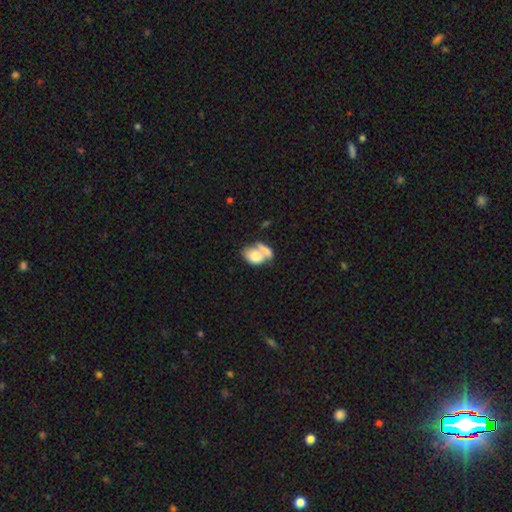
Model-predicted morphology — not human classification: A smooth galaxy with no disk features (73%) that is in between round and cigar-shaped (78%). Merging: merger (59%).